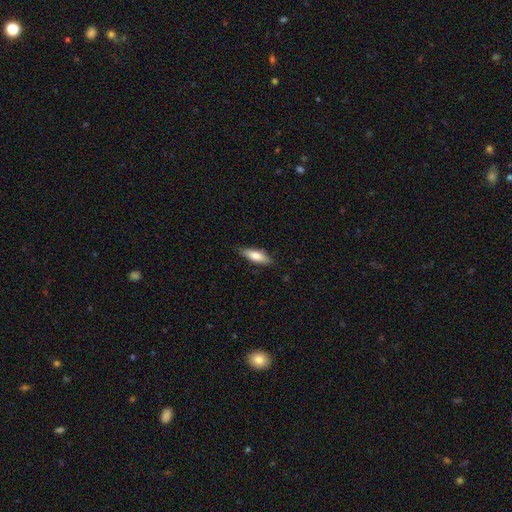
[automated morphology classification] smooth-or-featured: smooth: 71% | featured or disk: 23% | star or artifact: 6%
  how-rounded: in between: 53% | cigar-shaped: 45% | round: 2%
  merging: none: 83% | minor disturbance: 14% | major disturbance: 2% | merger: 1%